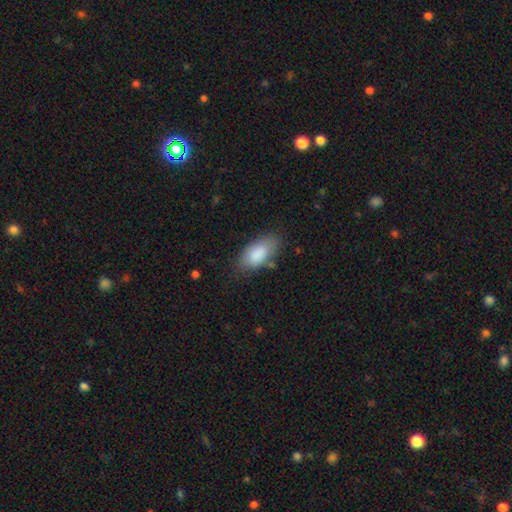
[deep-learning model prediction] smooth 86%, featured or disk 8%, star or artifact 7%. Down the decision tree: how rounded — in between (90%); merging — none (72%).